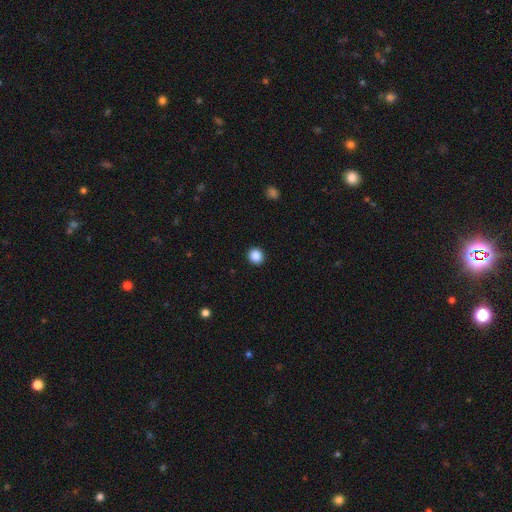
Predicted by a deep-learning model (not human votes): Smooth or featured? Predicted: smooth (p=0.87). How rounded? Predicted: round (p=0.90). Merging? Predicted: none (p=0.93).